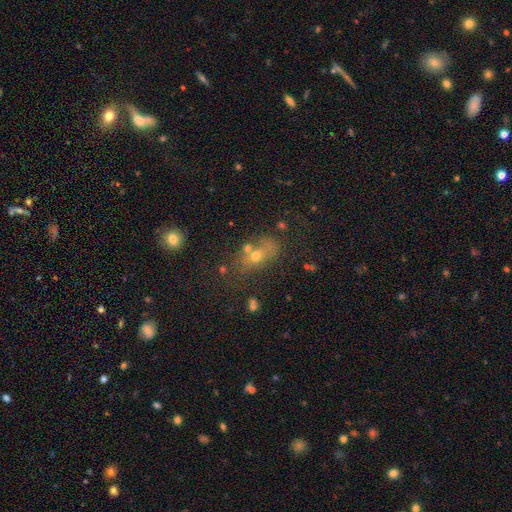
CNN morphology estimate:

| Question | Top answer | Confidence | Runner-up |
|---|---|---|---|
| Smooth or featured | smooth | 58% | star or artifact (22%) |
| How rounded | in between | 62% | round (32%) |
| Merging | none | 46% | merger (27%) |